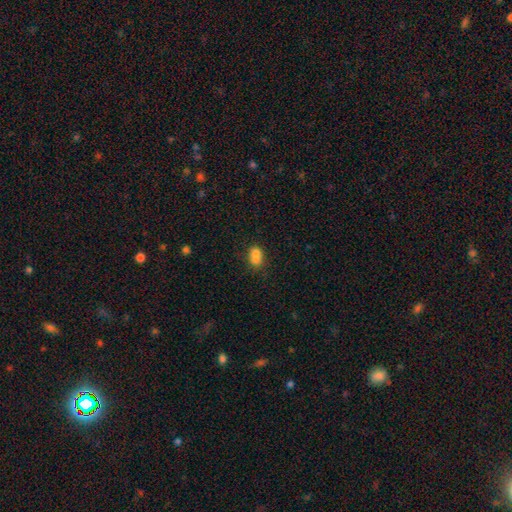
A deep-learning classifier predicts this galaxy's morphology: type=smooth (76%); roundness=in between (69%); merging=merger (45%).